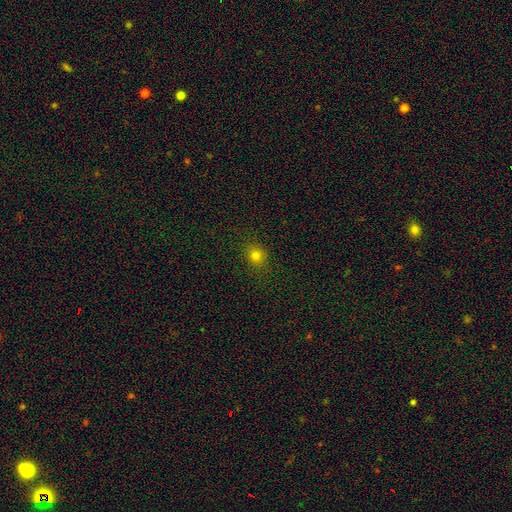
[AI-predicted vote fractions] smooth-or-featured: smooth: 77% | star or artifact: 17% | featured or disk: 7%
  how-rounded: round: 79% | in between: 20% | cigar-shaped: 1%
  merging: none: 87% | minor disturbance: 9% | major disturbance: 3% | merger: 1%